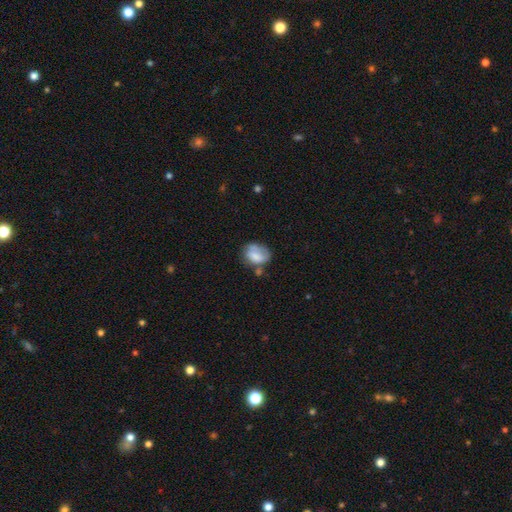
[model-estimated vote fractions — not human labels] A smooth galaxy with no disk features (69%) that is in between round and cigar-shaped (63%).

Vote fractions:
- Smooth or featured? smooth: 69% / featured or disk: 23% / star or artifact: 8%
- How rounded? in between: 63% / round: 36% / cigar-shaped: 1%
- Merging? none: 41% / minor disturbance: 31% / major disturbance: 16% / merger: 13%